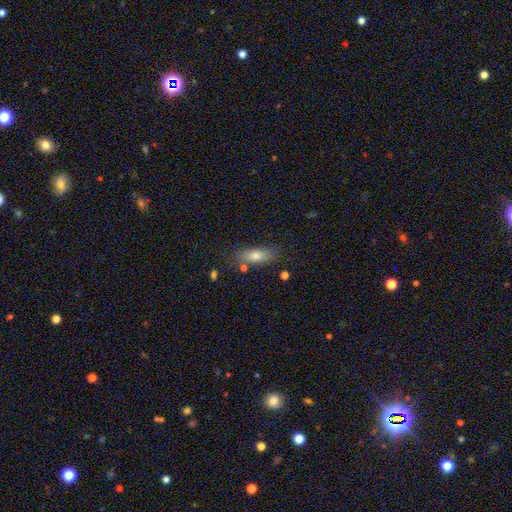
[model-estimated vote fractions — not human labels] Overall: smooth (71%). How rounded: in between (66%; cigar-shaped 30%). Merging: none (78%).